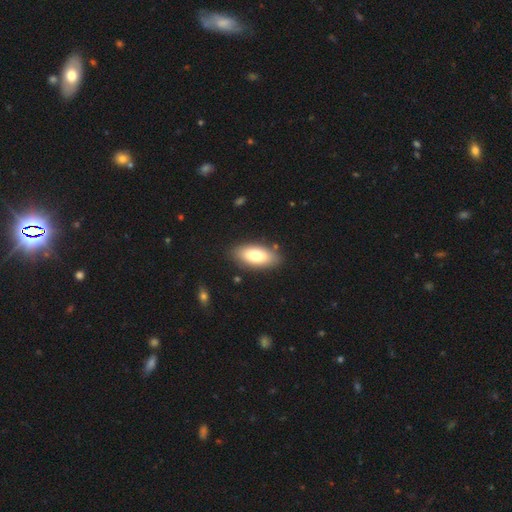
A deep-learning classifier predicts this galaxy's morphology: Smooth or featured?
  - smooth: 76% *
  - featured or disk: 18%
  - star or artifact: 6%
How rounded?
  - in between: 89% *
  - cigar-shaped: 8%
  - round: 2%
Merging?
  - none: 85% *
  - minor disturbance: 10%
  - major disturbance: 3%
  - merger: 2%